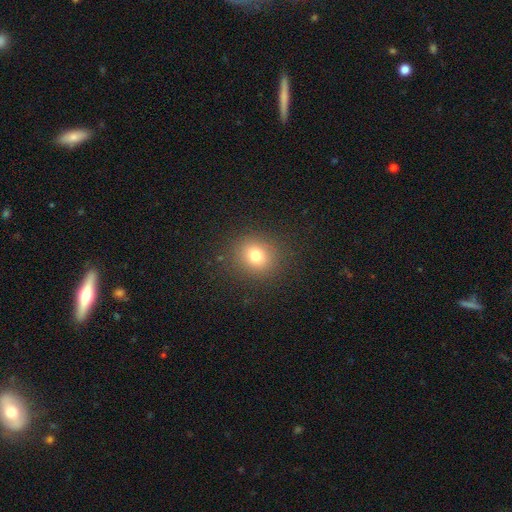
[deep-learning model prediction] smooth 77%, star or artifact 15%, featured or disk 9%. Down the decision tree: how rounded — round (78%); merging — none (87%).